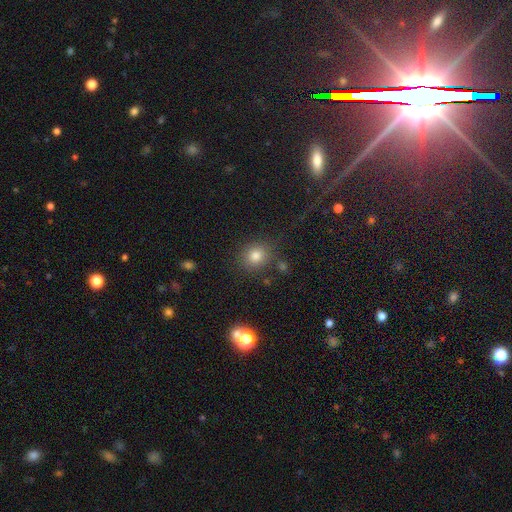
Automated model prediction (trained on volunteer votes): Q: Smooth or featured?
A: smooth (79%); runner-up: star or artifact (14%)
Q: How rounded?
A: round (79%); runner-up: in between (20%)
Q: Merging?
A: none (81%); runner-up: minor disturbance (11%)